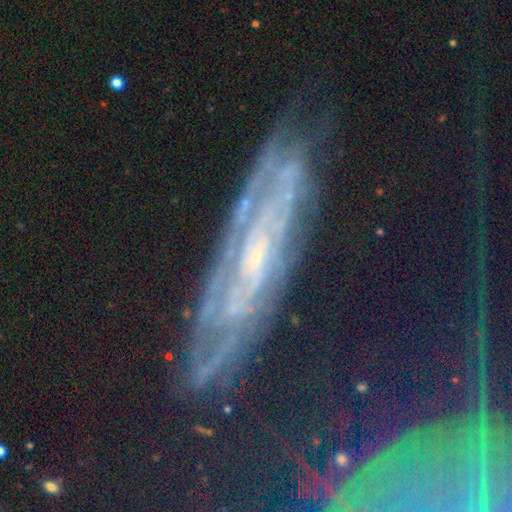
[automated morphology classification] A featured or disk galaxy (62%).

Vote fractions:
- Smooth or featured? featured or disk: 62% / star or artifact: 24% / smooth: 14%
- Edge-on disk? no: 71% / yes: 29%
- Merging? none: 72% / minor disturbance: 17% / major disturbance: 8% / merger: 3%